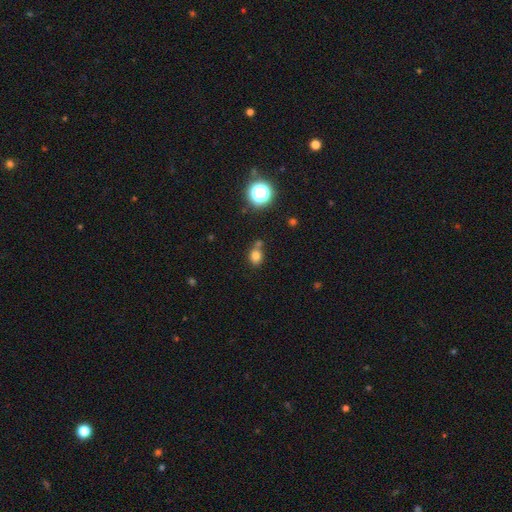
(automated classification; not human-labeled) smooth 77%, star or artifact 16%, featured or disk 8%. Down the decision tree: how rounded — round (53%); merging — none (59%).